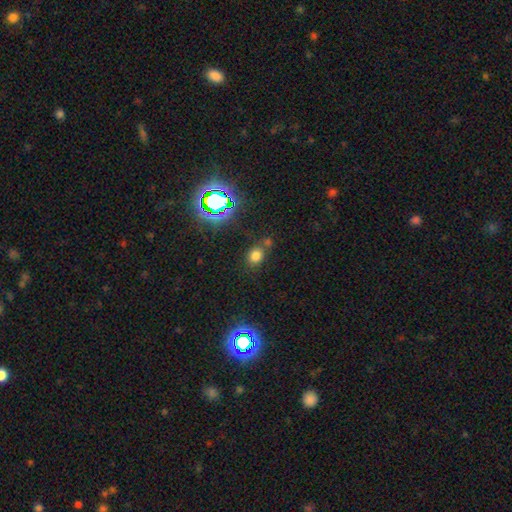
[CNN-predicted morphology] smooth-or-featured: smooth: 69% | star or artifact: 24% | featured or disk: 7%
  how-rounded: round: 57% | in between: 42% | cigar-shaped: 1%
  merging: none: 68% | minor disturbance: 14% | merger: 13% | major disturbance: 5%